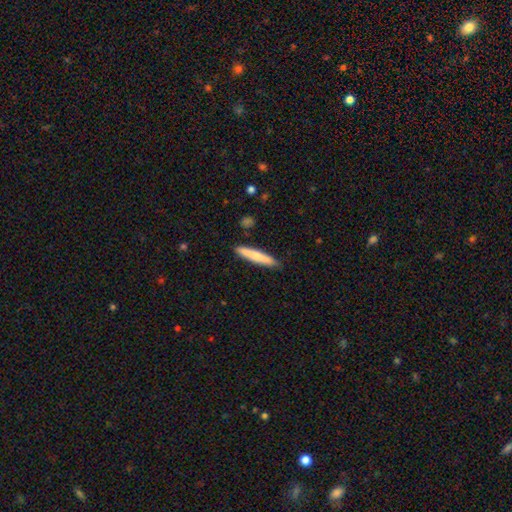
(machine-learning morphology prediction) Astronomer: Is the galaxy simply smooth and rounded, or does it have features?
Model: smooth — 74%.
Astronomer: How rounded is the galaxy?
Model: cigar-shaped — 92%.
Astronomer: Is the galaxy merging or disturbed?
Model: none — 89%.